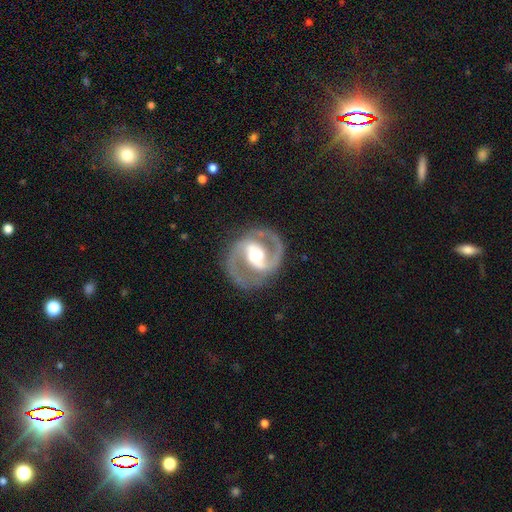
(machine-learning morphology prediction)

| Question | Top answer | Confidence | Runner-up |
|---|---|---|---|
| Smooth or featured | featured or disk | 90% | smooth (6%) |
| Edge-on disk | no | 98% | yes (2%) |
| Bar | strong | 46% | weak (36%) |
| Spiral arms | yes | 95% | no (5%) |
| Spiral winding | medium | 62% | tight (24%) |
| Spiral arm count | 2 | 94% | can't tell (2%) |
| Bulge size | moderate | 65% | large (21%) |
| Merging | none | 84% | minor disturbance (10%) |